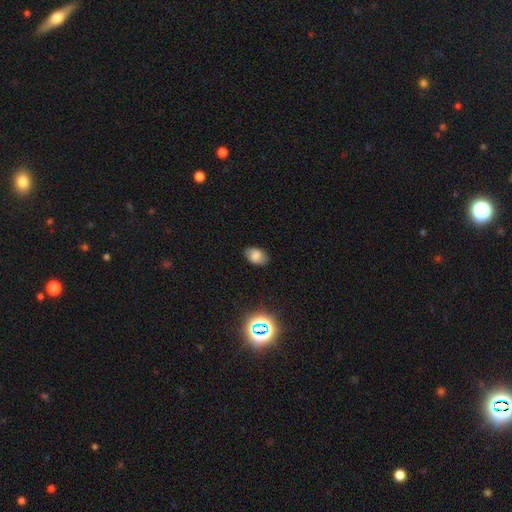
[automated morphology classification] The model was most divided on "smooth or featured": smooth: 70%, featured or disk: 16%, star or artifact: 13%. More confident: how rounded — in between (87%); merging — none (81%).